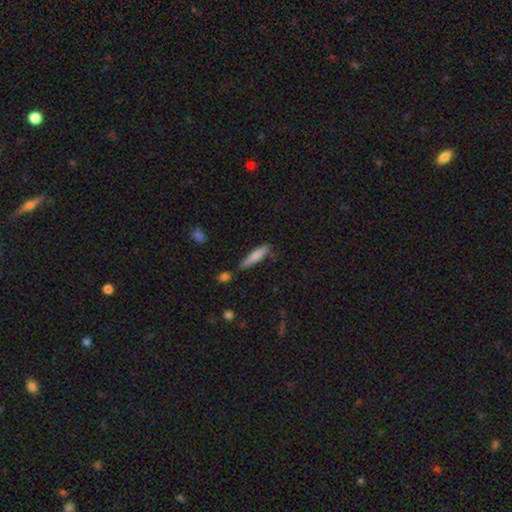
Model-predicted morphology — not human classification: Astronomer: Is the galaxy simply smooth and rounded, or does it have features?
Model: smooth — 73%.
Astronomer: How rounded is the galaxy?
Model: cigar-shaped — 84%.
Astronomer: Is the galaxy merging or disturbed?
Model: none — 70%.